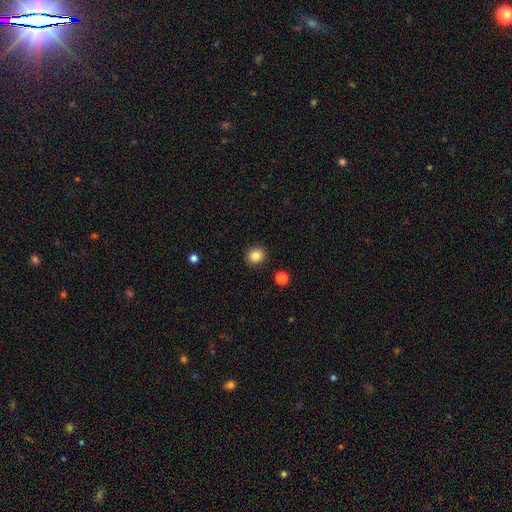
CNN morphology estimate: Smooth or featured? Predicted: smooth (p=0.84). How rounded? Predicted: round (p=0.88). Merging? Predicted: none (p=0.92).